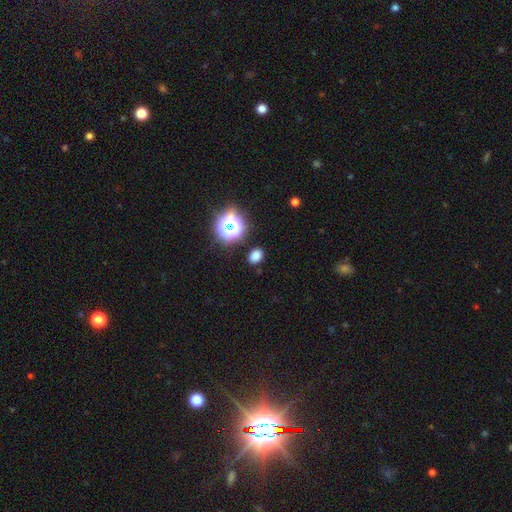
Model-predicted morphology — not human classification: Smooth or featured: smooth — 75% (star or artifact — 20%)
How rounded: in between — 62% (round — 37%)
Merging: none — 86% (minor disturbance — 9%)